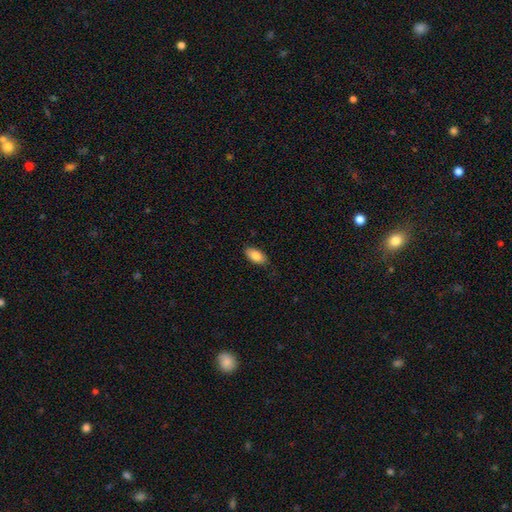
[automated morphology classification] Smooth or featured: smooth — 84% (featured or disk — 9%)
How rounded: in between — 93% (cigar-shaped — 4%)
Merging: none — 83% (minor disturbance — 13%)